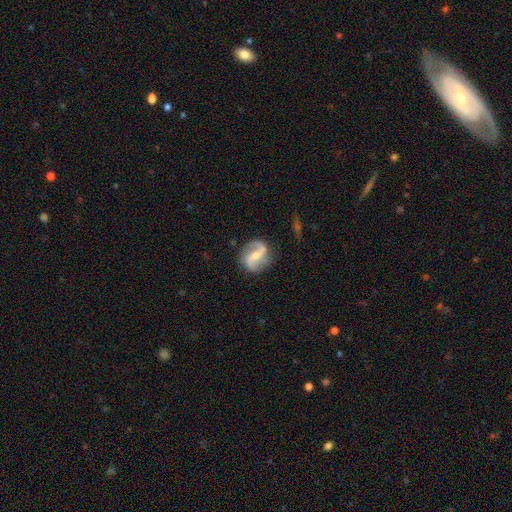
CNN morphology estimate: A featured or disk galaxy (87%) with a weak bar (39%), 2 (93%) loose (47%) spiral arms (96%) and a small central bulge (52%).

Vote fractions:
- Smooth or featured? featured or disk: 87% / smooth: 8% / star or artifact: 5%
- Edge-on disk? no: 98% / yes: 2%
- Bar? weak: 39% / strong: 33% / no: 28%
- Spiral arms? yes: 96% / no: 4%
- Spiral winding? loose: 47% / medium: 41% / tight: 12%
- Spiral arm count? 2: 93% / can't tell: 2% / 1: 2% / 3: 1% / 4: 1% / more than 4: 1%
- Bulge size? small: 52% / moderate: 42% / none: 4% / large: 2% / dominant: 1%
- Merging? none: 82% / minor disturbance: 12% / major disturbance: 4% / merger: 1%